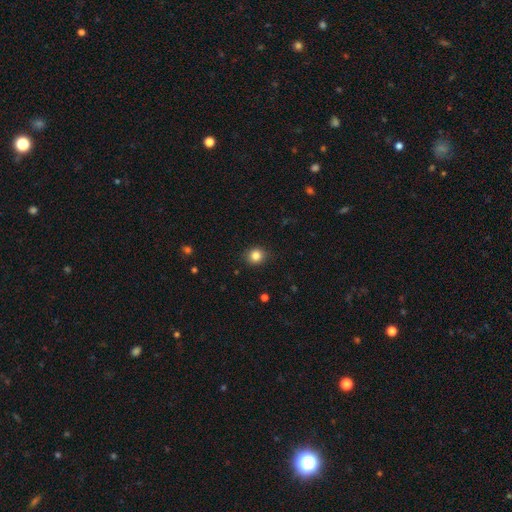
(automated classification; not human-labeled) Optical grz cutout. It shows a smooth galaxy with no disk features (84%) that is round (82%). Merging: none (89%).